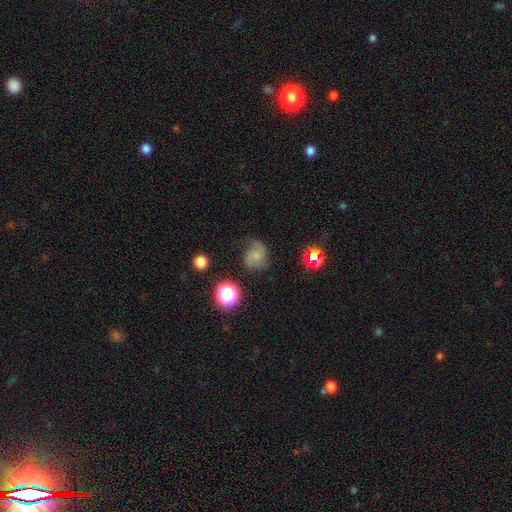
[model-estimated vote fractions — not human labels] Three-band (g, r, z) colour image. It shows a smooth galaxy with no disk features (46%). Merging: none (53%).